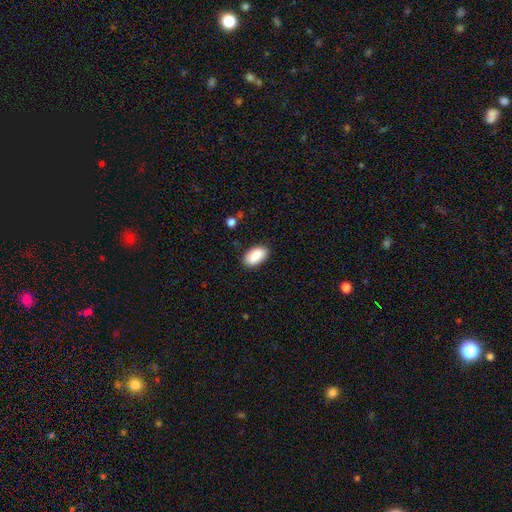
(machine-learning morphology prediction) The model was most divided on "merging": none: 85%, minor disturbance: 11%, major disturbance: 2%, merger: 1%. More confident: how rounded — in between (93%); smooth or featured — smooth (87%).